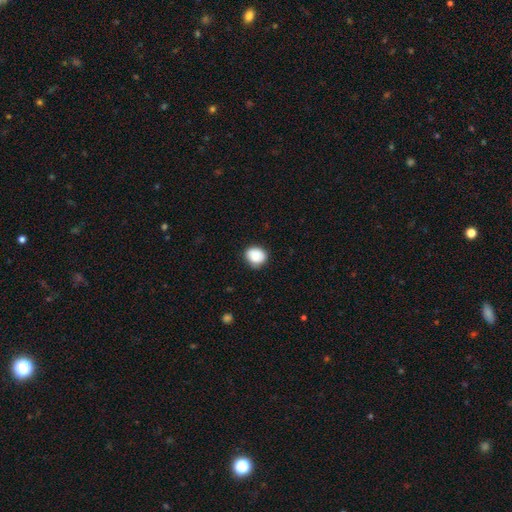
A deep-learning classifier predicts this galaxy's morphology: This appears to be a smooth galaxy with no disk features (85%) that is round (71%). Merging: none (79%).